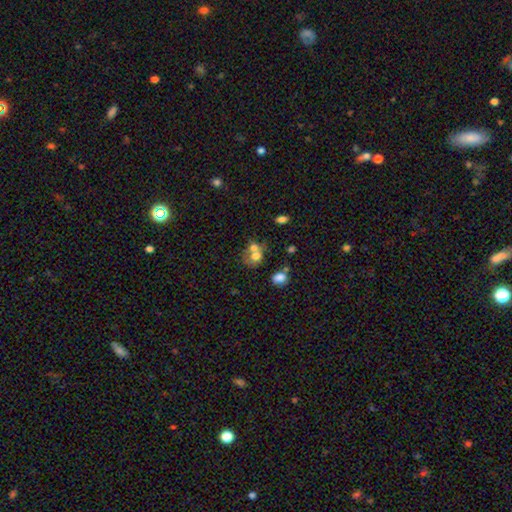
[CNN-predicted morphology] A smooth galaxy with no disk features (65%) that is round (59%).

Vote fractions:
- Smooth or featured? smooth: 65% / featured or disk: 23% / star or artifact: 12%
- How rounded? round: 59% / in between: 40% / cigar-shaped: 1%
- Merging? merger: 61% / none: 25% / minor disturbance: 8% / major disturbance: 5%